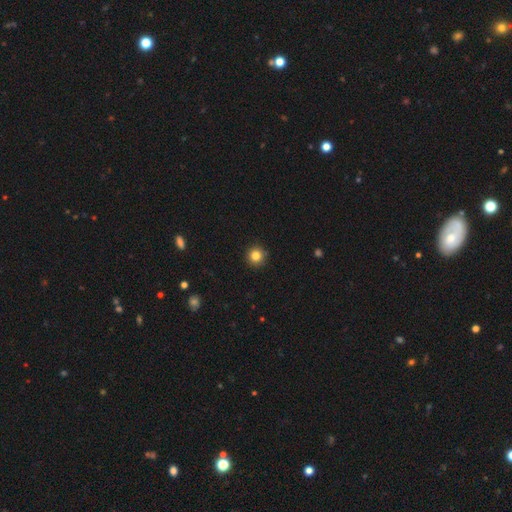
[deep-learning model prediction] Overall: smooth (83%). How rounded: round (95%). Merging: none (92%).